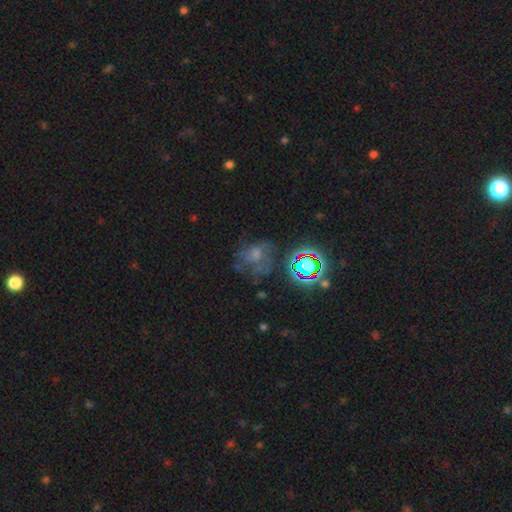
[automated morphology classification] type=featured or disk (35%); merging=none (46%).